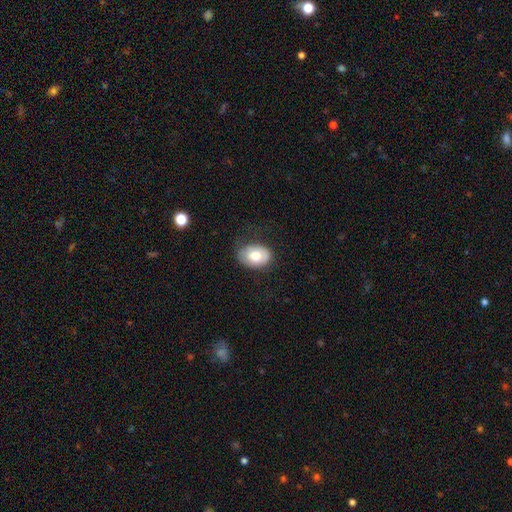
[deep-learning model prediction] A smooth galaxy with no disk features (76%) that is in between round and cigar-shaped (78%).

Vote fractions:
- Smooth or featured? smooth: 76% / featured or disk: 17% / star or artifact: 7%
- How rounded? in between: 78% / round: 21% / cigar-shaped: 1%
- Merging? none: 68% / minor disturbance: 23% / major disturbance: 8% / merger: 1%